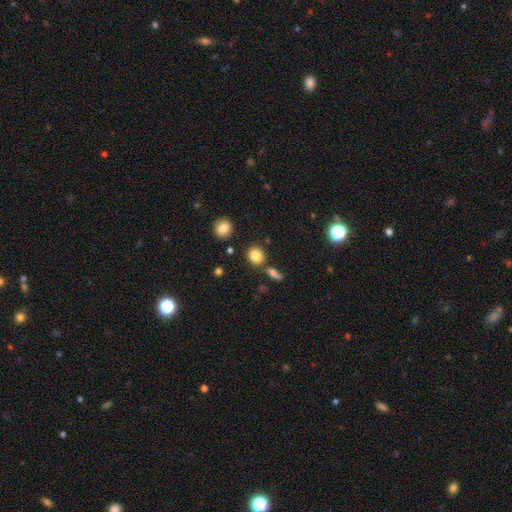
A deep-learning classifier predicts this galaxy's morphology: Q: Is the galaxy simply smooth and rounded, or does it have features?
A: smooth — 84%.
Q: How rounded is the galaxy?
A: round — 75%.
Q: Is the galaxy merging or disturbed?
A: none — 79%.